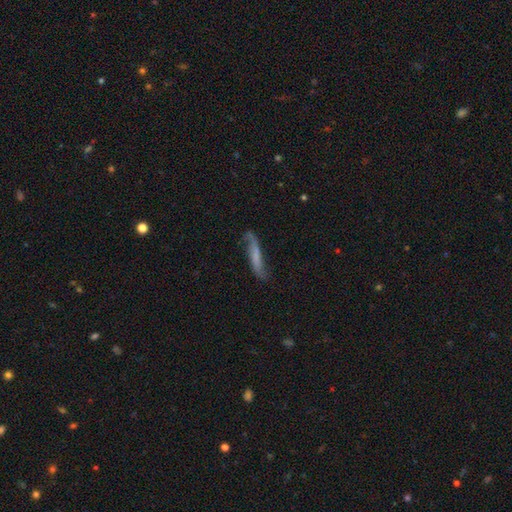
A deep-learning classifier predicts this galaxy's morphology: This is possibly a featured or disk galaxy (57%). It is possibly not viewed edge-on (60%). Merging: likely none (61%).